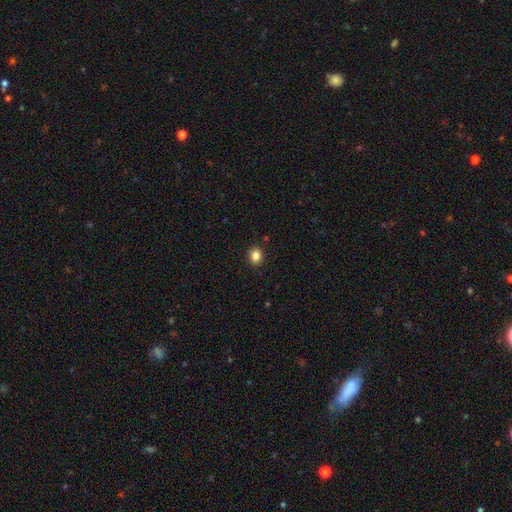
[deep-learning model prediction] Overall: smooth (84%). How rounded: round (62%; in between 37%). Merging: none (90%).